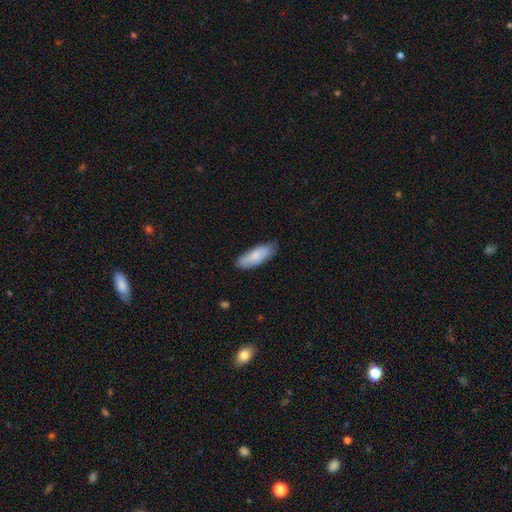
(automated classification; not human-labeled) smooth 80%, featured or disk 14%, star or artifact 5%. Down the decision tree: how rounded — in between (66%); merging — none (73%).